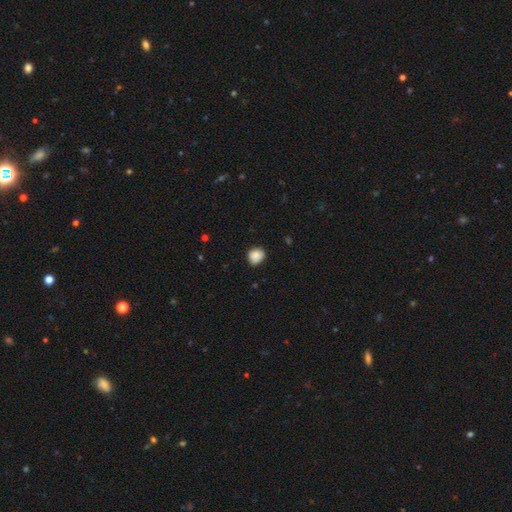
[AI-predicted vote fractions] This appears to be a smooth galaxy with no disk features (86%) that is round (70%). Merging: none (79%).